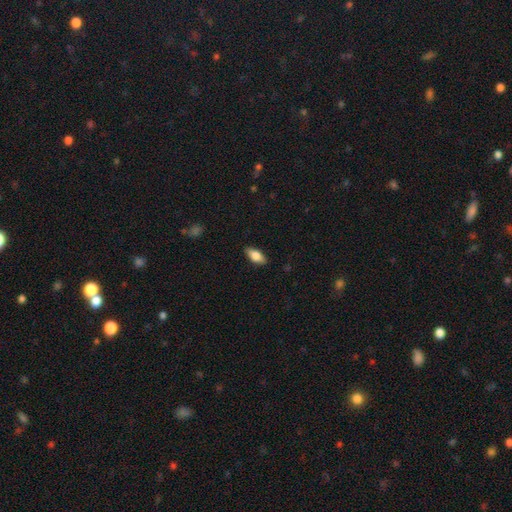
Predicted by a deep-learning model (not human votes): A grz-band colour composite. It shows a smooth galaxy with no disk features (79%) that is in between round and cigar-shaped (87%). Merging: none (87%).